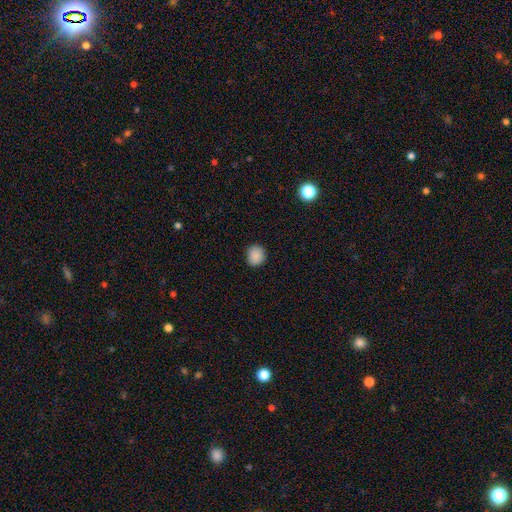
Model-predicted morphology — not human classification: Smooth or featured? smooth (88%)
How rounded? round (82%)
Merging? none (88%)